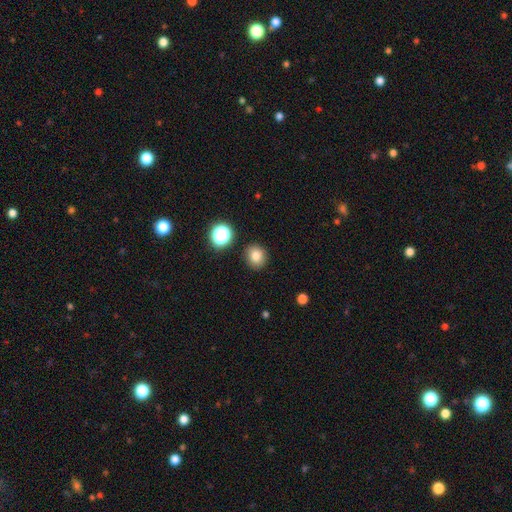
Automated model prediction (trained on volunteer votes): The model was most divided on "smooth or featured": smooth: 80%, star or artifact: 13%, featured or disk: 7%. More confident: merging — none (89%); how rounded — round (85%).